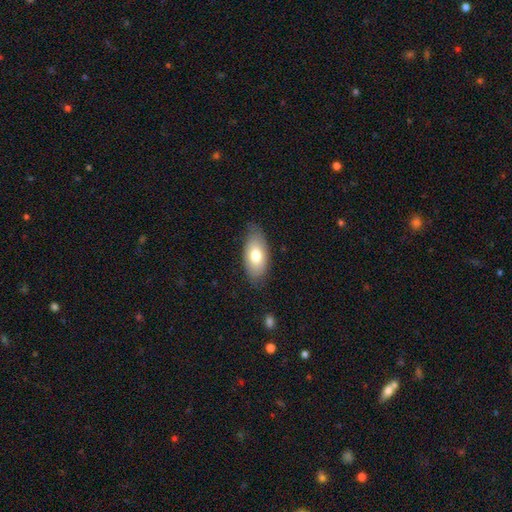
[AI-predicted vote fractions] smooth 74%, featured or disk 19%, star or artifact 6%. Down the decision tree: how rounded — in between (92%); merging — none (73%).